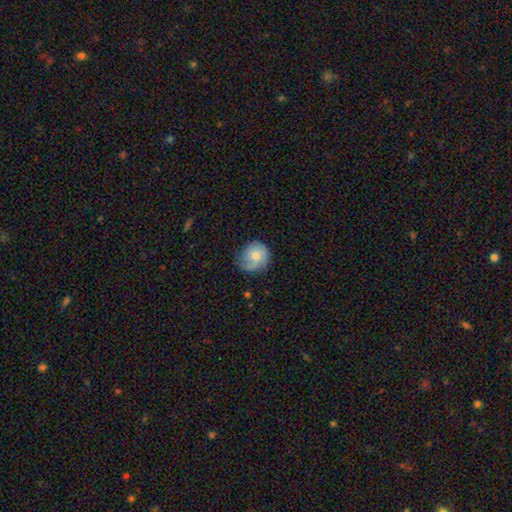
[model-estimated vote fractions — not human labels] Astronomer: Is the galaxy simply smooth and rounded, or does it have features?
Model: smooth — 71%.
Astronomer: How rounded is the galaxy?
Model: round — 82%.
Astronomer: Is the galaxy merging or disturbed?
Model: none — 62%.